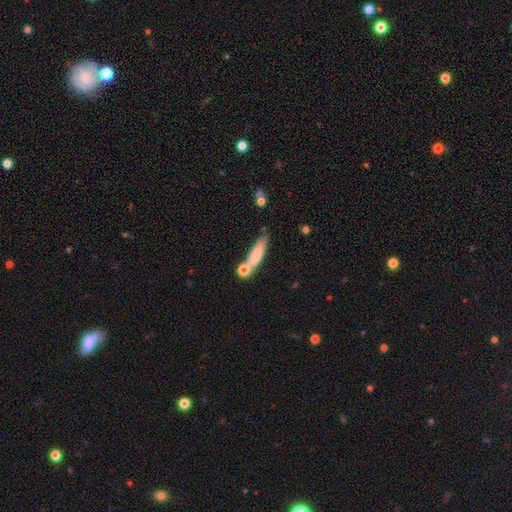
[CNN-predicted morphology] This is likely a smooth galaxy (73%). How rounded: likely cigar-shaped (72%). Merging: possibly none (52%).